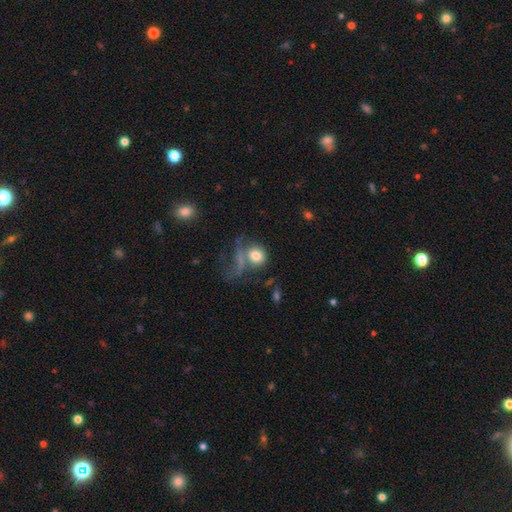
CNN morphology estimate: This appears to be a smooth galaxy with no disk features (74%) that is round (74%). Merging: none (35%).